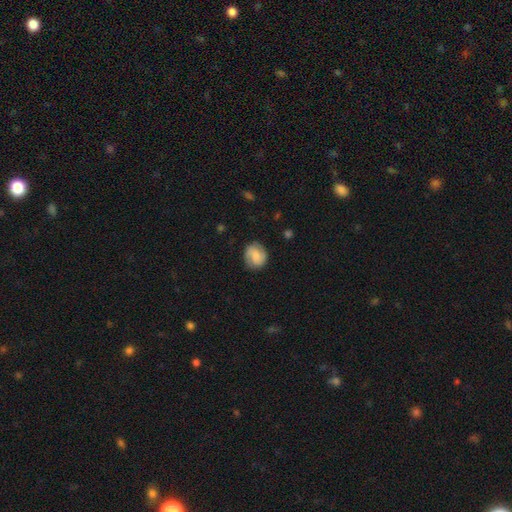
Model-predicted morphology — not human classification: Smooth or featured? Predicted: smooth (p=0.56). How rounded? Predicted: round (p=0.73). Merging? Predicted: none (p=0.79).